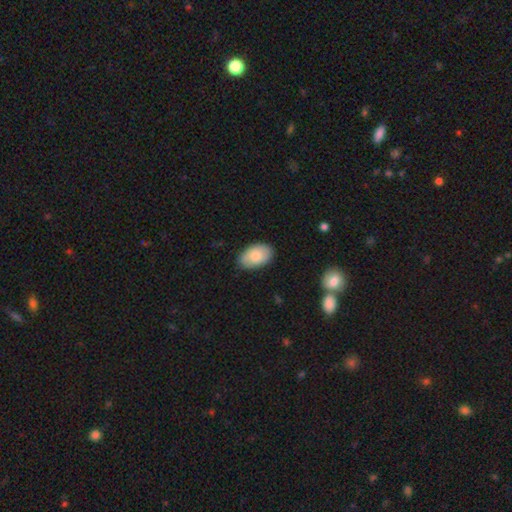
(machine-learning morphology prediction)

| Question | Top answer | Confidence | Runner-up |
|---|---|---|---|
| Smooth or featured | smooth | 79% | featured or disk (15%) |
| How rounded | in between | 93% | round (6%) |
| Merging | none | 84% | minor disturbance (13%) |